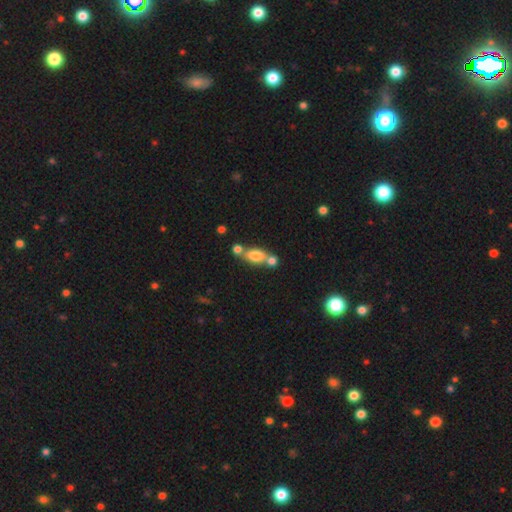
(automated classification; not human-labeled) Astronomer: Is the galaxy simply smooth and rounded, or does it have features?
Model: smooth — 75%.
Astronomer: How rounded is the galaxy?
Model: in between — 78%.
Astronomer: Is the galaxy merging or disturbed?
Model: none — 45% (runner-up: merger, 40%).